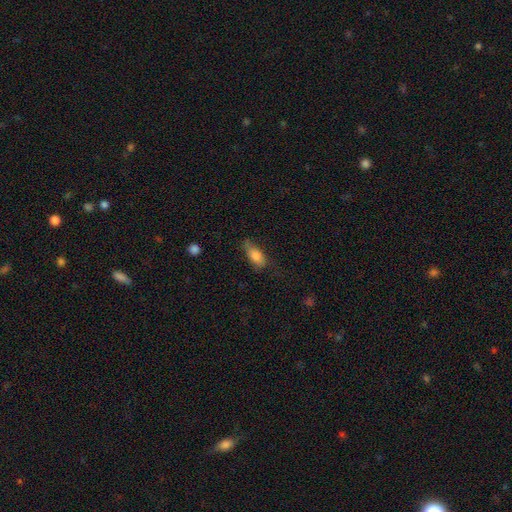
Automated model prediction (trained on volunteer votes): Q: Smooth or featured?
A: smooth (81%); runner-up: featured or disk (12%)
Q: How rounded?
A: in between (82%); runner-up: cigar-shaped (15%)
Q: Merging?
A: none (59%); runner-up: minor disturbance (29%)